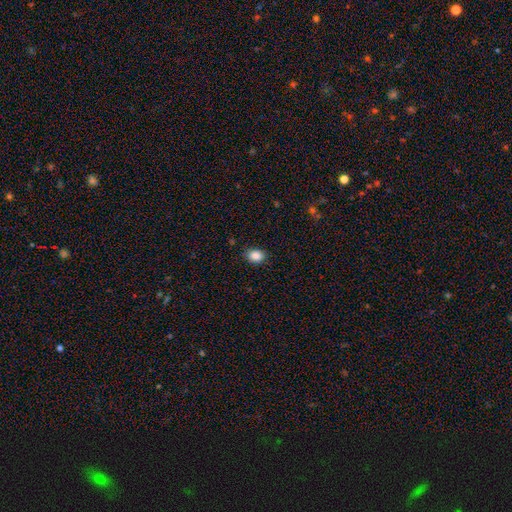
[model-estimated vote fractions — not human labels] This is clearly a smooth galaxy (87%). How rounded: likely in between (63%). Merging: clearly none (86%).